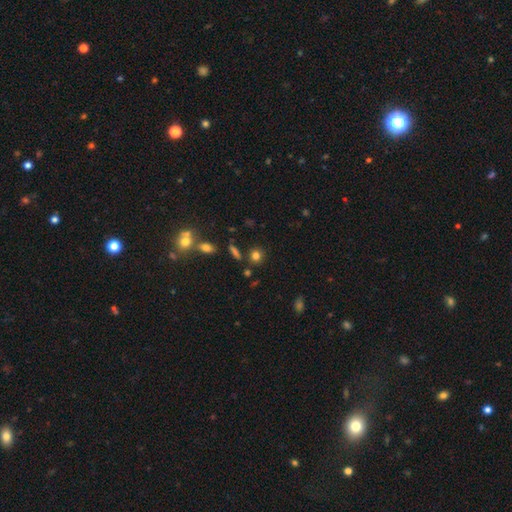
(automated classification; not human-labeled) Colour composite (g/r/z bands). It shows a smooth galaxy with no disk features (78%) that is round (82%). Merging: none (81%).